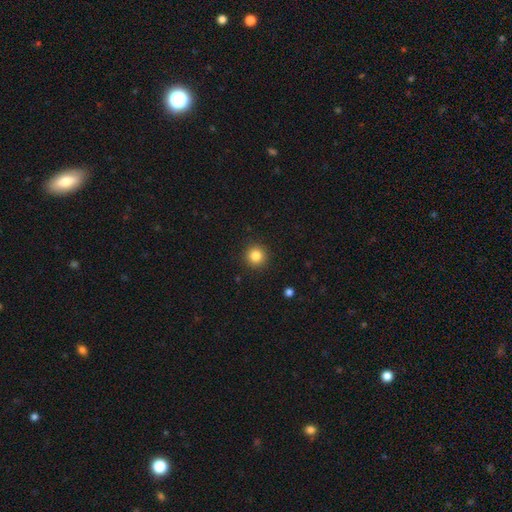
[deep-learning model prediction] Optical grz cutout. It shows a smooth galaxy with no disk features (84%) that is round (95%). Merging: none (92%).